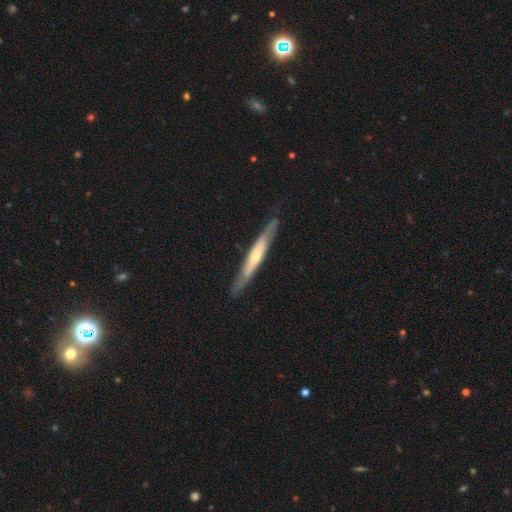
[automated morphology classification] Overall: featured or disk (57%; smooth 38%). Edge-on disk: yes (90%). Edge-on bulge: rounded (49%; none 38%). Merging: none (84%).